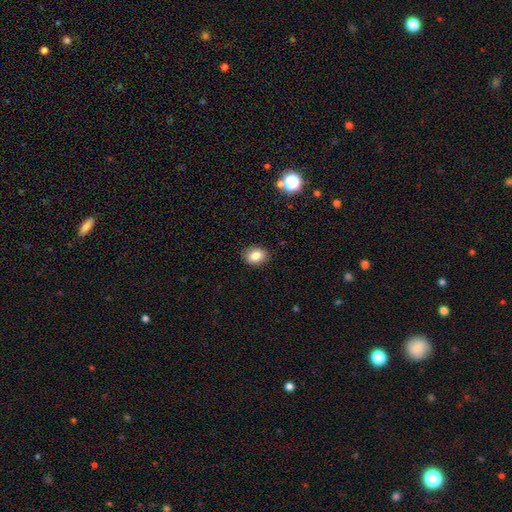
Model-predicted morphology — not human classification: smooth 84%, star or artifact 9%, featured or disk 7%. Down the decision tree: how rounded — in between (62%); merging — none (89%).